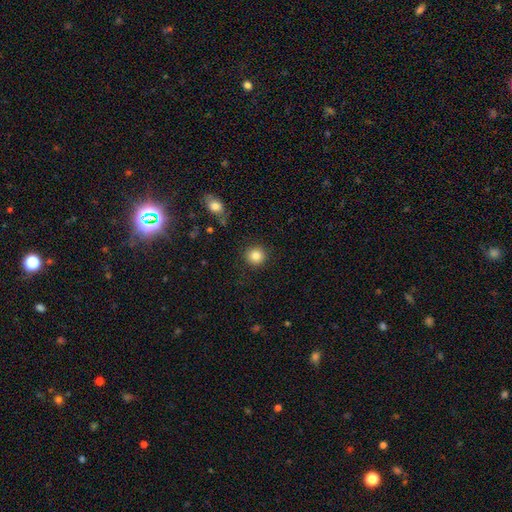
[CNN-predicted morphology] type=smooth (85%); roundness=round (93%); merging=none (90%).